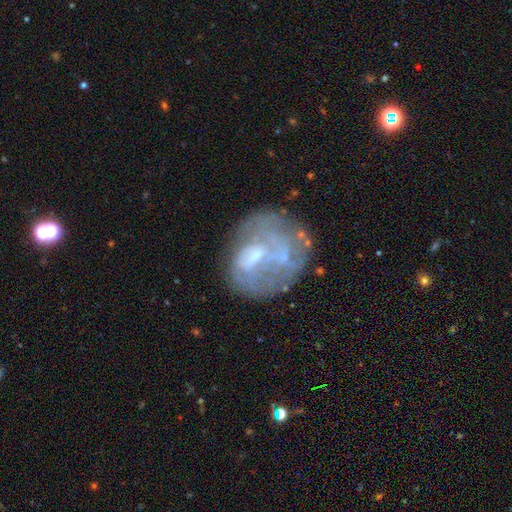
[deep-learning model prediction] smooth_or_featured: featured or disk (p=0.59) [alt: smooth p=0.29]
disk_edge_on: no (p=0.97) [alt: yes p=0.03]
bar: no (p=0.62) [alt: weak p=0.29]
has_spiral_arms: no (p=0.72) [alt: yes p=0.28]
bulge_size: small (p=0.33) [tied with: none p=0.33]
merging: none (p=0.48) [alt: major disturbance p=0.23]